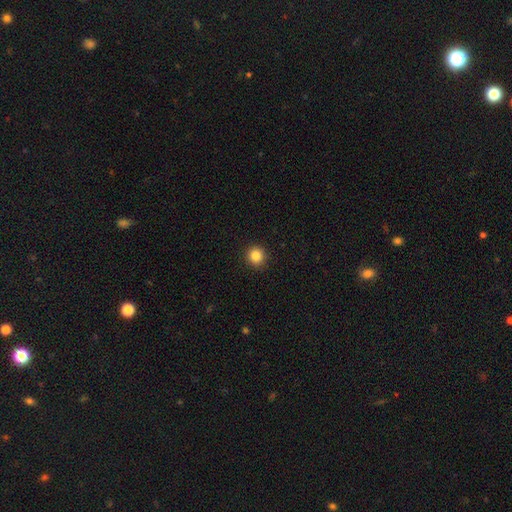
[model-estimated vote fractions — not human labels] Smooth or featured? smooth (86%)
How rounded? round (92%)
Merging? none (92%)